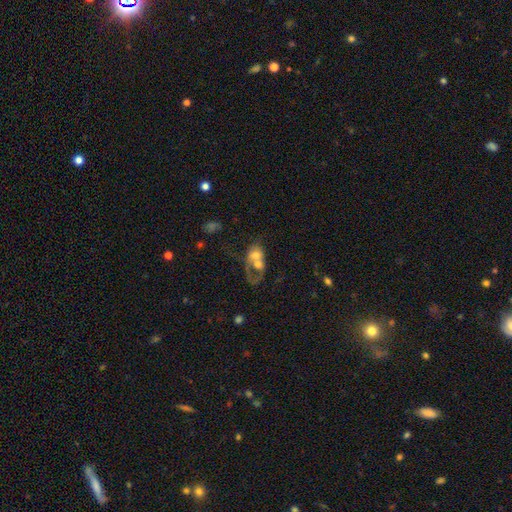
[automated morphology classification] type=smooth (47%); merging=merger (72%).